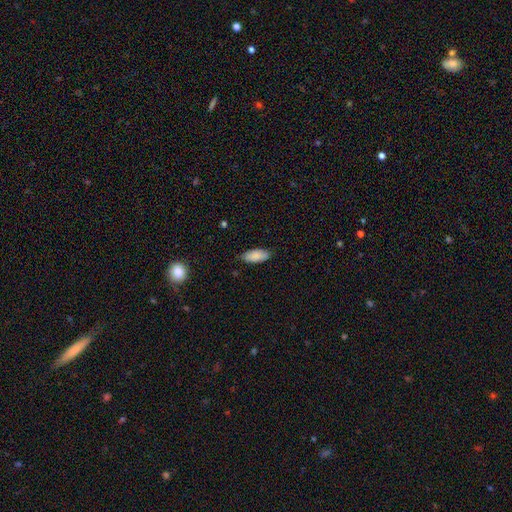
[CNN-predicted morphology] A smooth galaxy with no disk features (86%) that is in between round and cigar-shaped (84%).

Vote fractions:
- Smooth or featured? smooth: 86% / featured or disk: 8% / star or artifact: 6%
- How rounded? in between: 84% / cigar-shaped: 14% / round: 2%
- Merging? none: 82% / minor disturbance: 15% / major disturbance: 2% / merger: 1%